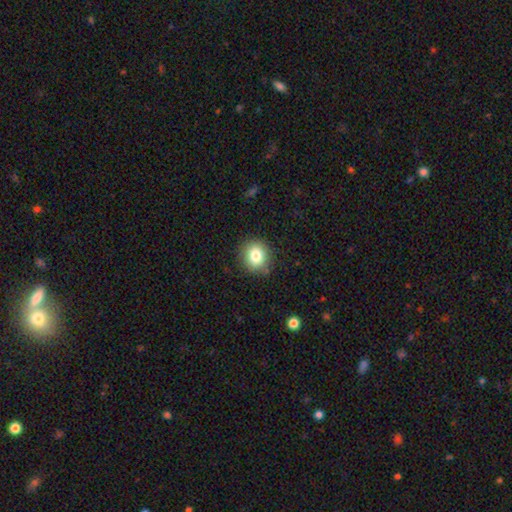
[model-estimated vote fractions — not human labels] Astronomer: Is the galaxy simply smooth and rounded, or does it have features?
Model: smooth — 82%.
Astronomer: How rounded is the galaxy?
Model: round — 80%.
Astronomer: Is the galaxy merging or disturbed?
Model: none — 87%.